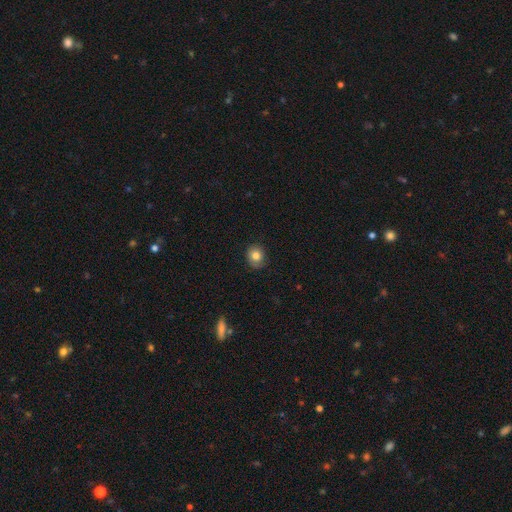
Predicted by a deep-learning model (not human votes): Smooth or featured: smooth — 79% (featured or disk — 11%)
How rounded: round — 71% (in between — 28%)
Merging: none — 78% (minor disturbance — 17%)